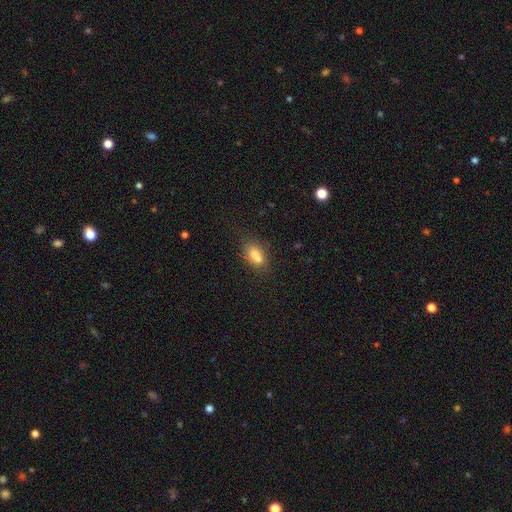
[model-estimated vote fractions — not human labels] smooth_or_featured: smooth (p=0.74) [alt: featured or disk p=0.14]
how_rounded: in between (p=0.76) [alt: round p=0.19]
merging: none (p=0.49) [alt: merger p=0.31]